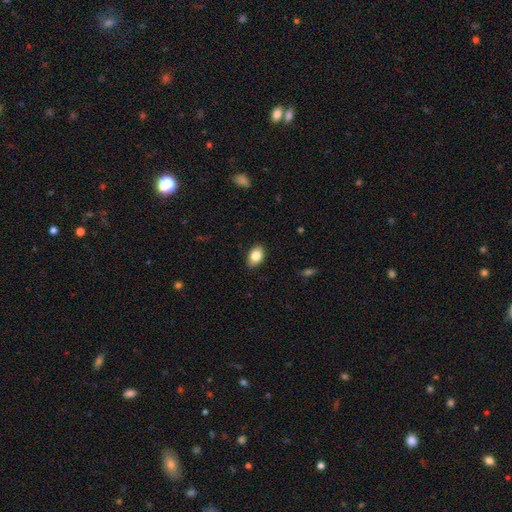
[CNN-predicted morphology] The model was most divided on "how rounded": in between: 86%, round: 12%, cigar-shaped: 1%. More confident: merging — none (87%); smooth or featured — smooth (83%).